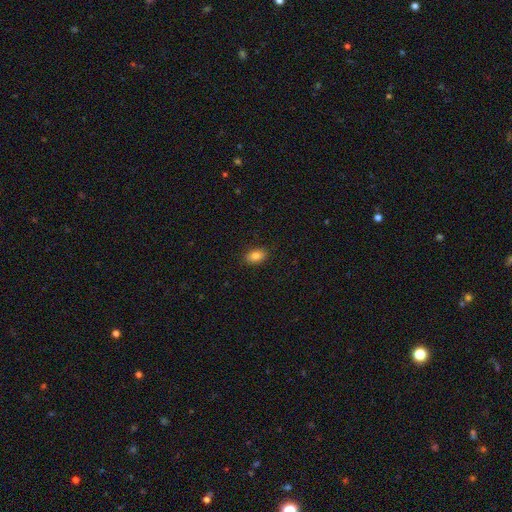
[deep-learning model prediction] A smooth galaxy with no disk features (84%) that is in between round and cigar-shaped (88%).

Vote fractions:
- Smooth or featured? smooth: 84% / star or artifact: 9% / featured or disk: 7%
- How rounded? in between: 88% / round: 10% / cigar-shaped: 2%
- Merging? none: 88% / minor disturbance: 9% / major disturbance: 2% / merger: 1%